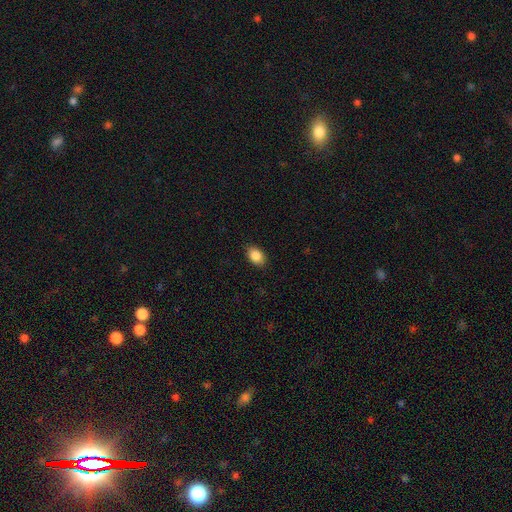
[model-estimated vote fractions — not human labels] smooth 87%, star or artifact 8%, featured or disk 5%. Down the decision tree: how rounded — in between (83%); merging — none (87%).